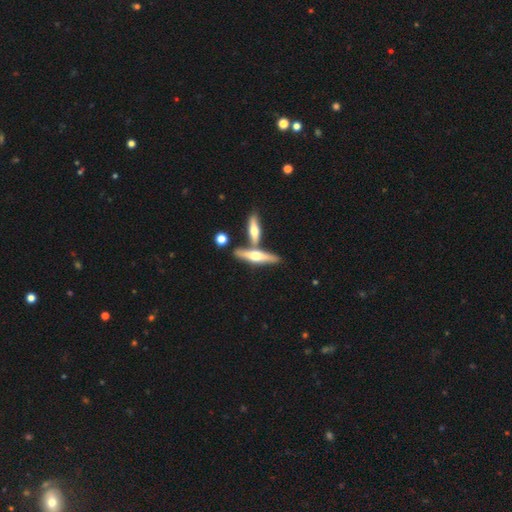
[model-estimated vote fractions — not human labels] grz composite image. It shows a featured or disk galaxy (61%) viewed edge-on (94%) with a rounded central bulge (94%). Merging: none (58%).